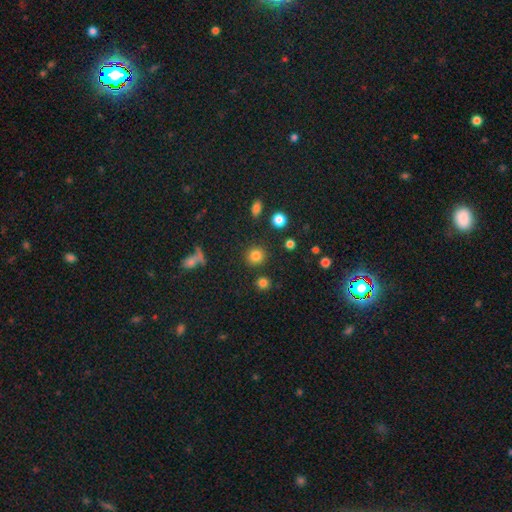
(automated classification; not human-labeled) Smooth or featured: smooth — 82% (star or artifact — 12%)
How rounded: round — 91% (in between — 8%)
Merging: none — 87% (minor disturbance — 6%)